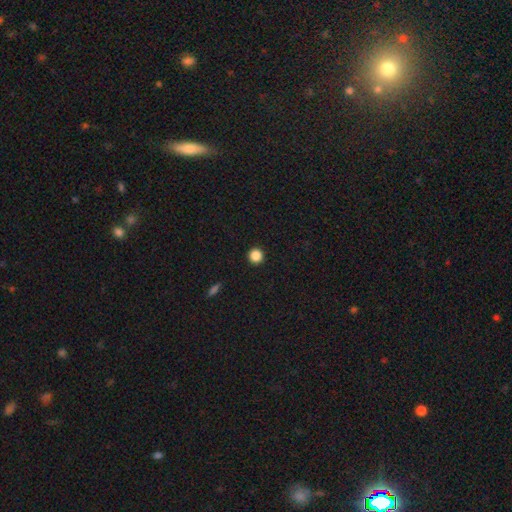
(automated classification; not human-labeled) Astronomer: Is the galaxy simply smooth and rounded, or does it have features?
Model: smooth — 86%.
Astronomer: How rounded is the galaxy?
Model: round — 96%.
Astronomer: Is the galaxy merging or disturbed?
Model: none — 94%.